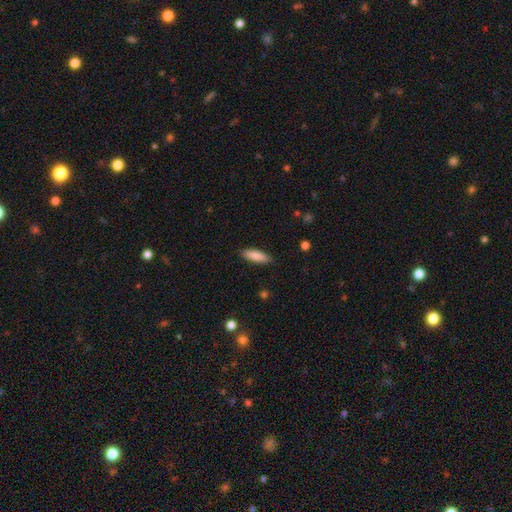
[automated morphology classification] type=smooth (85%); roundness=cigar-shaped (52%); merging=none (88%).